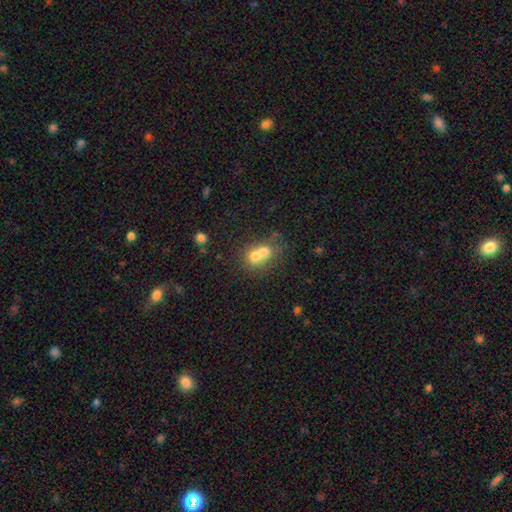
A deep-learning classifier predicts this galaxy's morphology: A smooth galaxy with no disk features (66%) that is round (67%). Merging: merger (71%).